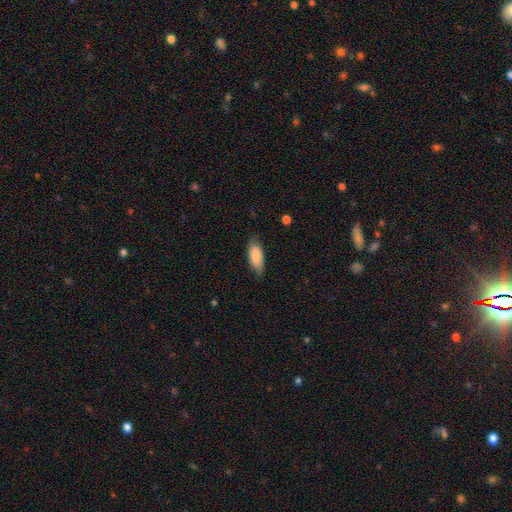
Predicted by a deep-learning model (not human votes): Q: Smooth or featured?
A: smooth (83%); runner-up: featured or disk (11%)
Q: How rounded?
A: in between (83%); runner-up: cigar-shaped (15%)
Q: Merging?
A: none (71%); runner-up: minor disturbance (23%)